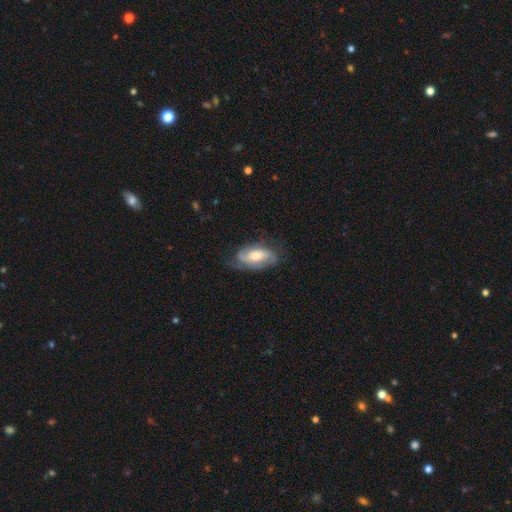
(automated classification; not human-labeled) smooth-or-featured: featured or disk: 68% | smooth: 26% | star or artifact: 6%
  disk-edge-on: no: 93% | yes: 7%
    bar: no: 52% | weak: 33% | strong: 15%
    has-spiral-arms: yes: 89% | no: 11%
      spiral-winding: tight: 43% | medium: 39% | loose: 18%
      spiral-arm-count: 2: 67% | can't tell: 16% | 1: 10% | 3: 4% | 4: 1% | more than 4: 1%
    bulge-size: moderate: 60% | small: 22% | large: 14% | none: 2% | dominant: 2%
  merging: none: 66% | minor disturbance: 22% | major disturbance: 11% | merger: 1%